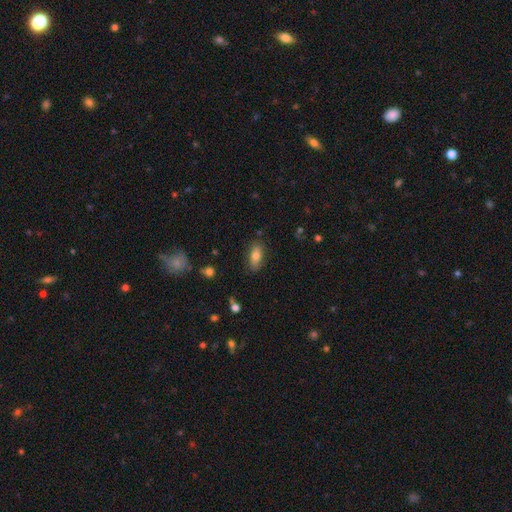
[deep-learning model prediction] This appears to be a smooth galaxy with no disk features (74%) that is in between round and cigar-shaped (83%). Merging: none (81%).